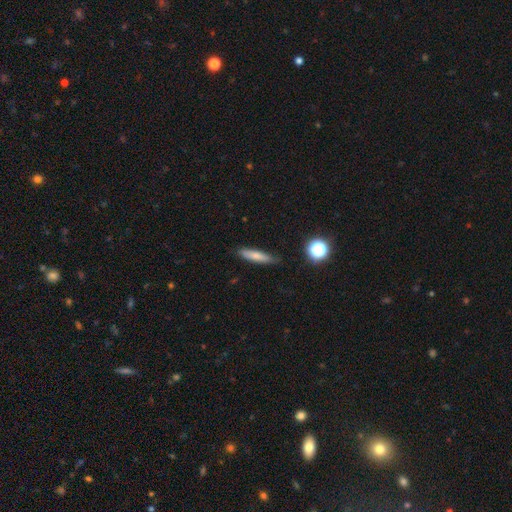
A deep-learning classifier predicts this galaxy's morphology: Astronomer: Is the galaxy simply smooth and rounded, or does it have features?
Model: smooth — 73%.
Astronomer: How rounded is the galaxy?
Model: cigar-shaped — 82%.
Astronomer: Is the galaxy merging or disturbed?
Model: none — 82%.